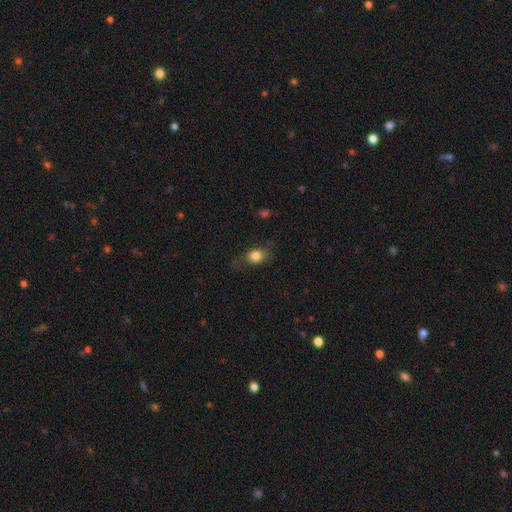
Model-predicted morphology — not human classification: This is clearly a smooth galaxy (80%). How rounded: possibly in between (53%). Merging: likely none (68%).